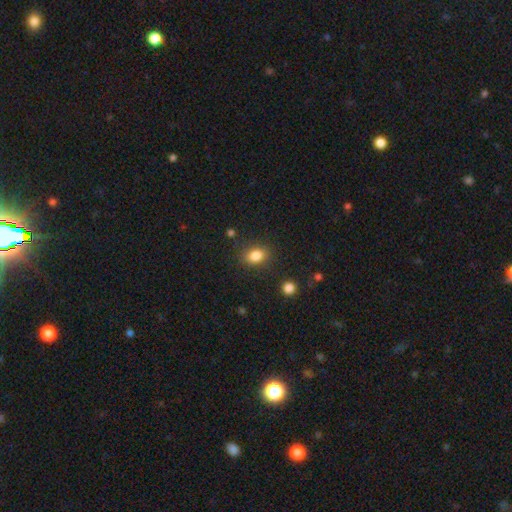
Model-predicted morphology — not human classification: This appears to be a smooth galaxy with no disk features (84%) that is in between round and cigar-shaped (67%). Merging: none (83%).